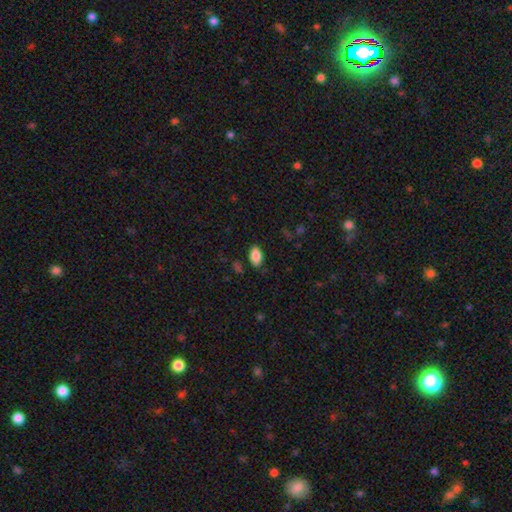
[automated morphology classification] A smooth galaxy with no disk features (87%) that is in between round and cigar-shaped (93%).

Vote fractions:
- Smooth or featured? smooth: 87% / star or artifact: 8% / featured or disk: 5%
- How rounded? in between: 93% / round: 4% / cigar-shaped: 3%
- Merging? none: 84% / minor disturbance: 12% / major disturbance: 3% / merger: 1%